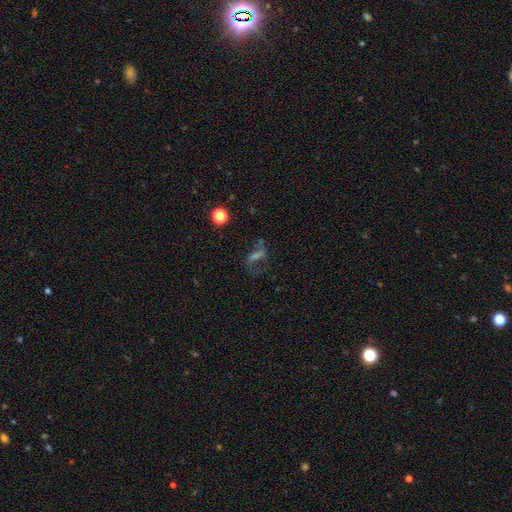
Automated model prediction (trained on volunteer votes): Smooth or featured: featured or disk — 52% (smooth — 24%)
Edge-on disk: no — 88% (yes — 12%)
Merging: none — 53% (major disturbance — 25%)